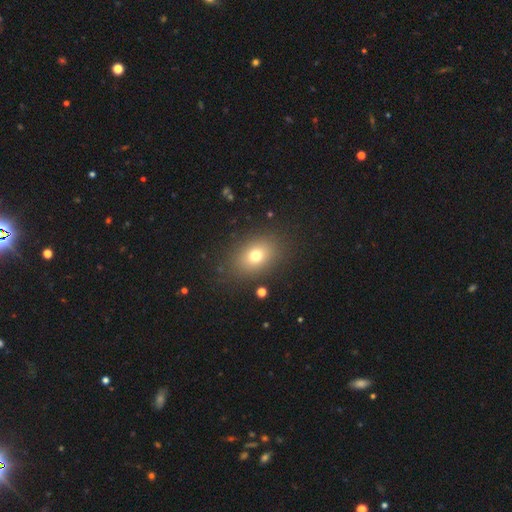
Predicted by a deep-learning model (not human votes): Smooth or featured?
  - smooth: 74% *
  - star or artifact: 13%
  - featured or disk: 12%
How rounded?
  - in between: 70% *
  - round: 29%
  - cigar-shaped: 1%
Merging?
  - none: 85% *
  - minor disturbance: 9%
  - major disturbance: 4%
  - merger: 2%